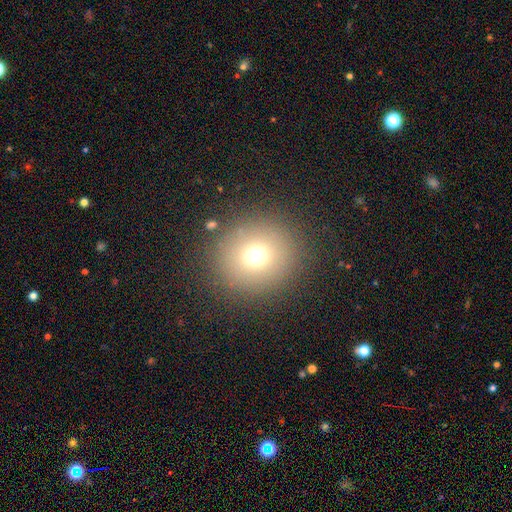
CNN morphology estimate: Smooth or featured? Predicted: smooth (p=0.70). How rounded? Predicted: round (p=0.90). Merging? Predicted: none (p=0.87).